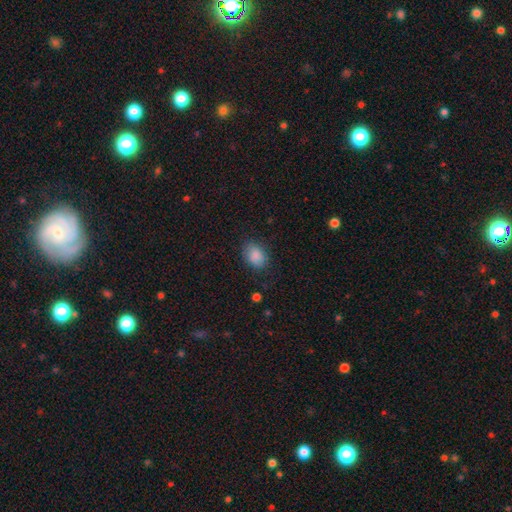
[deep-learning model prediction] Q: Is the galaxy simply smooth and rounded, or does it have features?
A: smooth — 87%.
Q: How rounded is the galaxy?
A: in between — 72%.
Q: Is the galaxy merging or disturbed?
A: none — 77%.